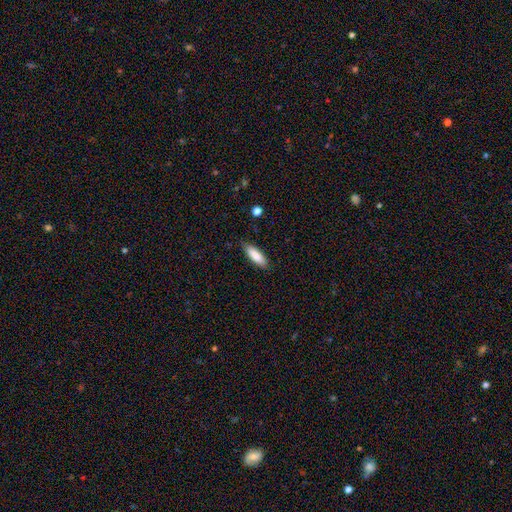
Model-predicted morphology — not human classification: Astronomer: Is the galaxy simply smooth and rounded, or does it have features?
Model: smooth — 84%.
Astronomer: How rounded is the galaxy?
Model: in between — 51% (runner-up: cigar-shaped, 47%).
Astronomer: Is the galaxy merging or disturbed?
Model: none — 83%.